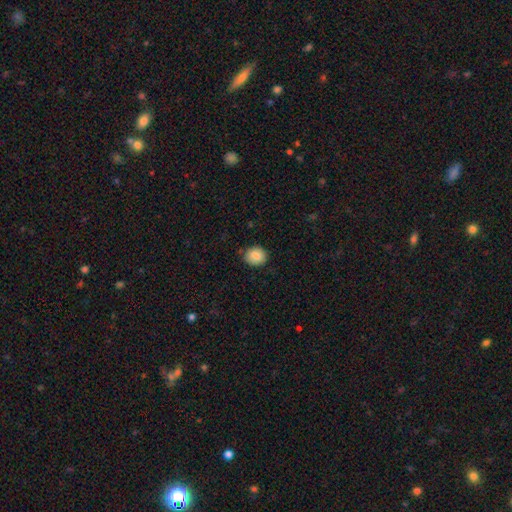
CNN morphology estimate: Q: Smooth or featured?
A: smooth (85%); runner-up: star or artifact (8%)
Q: How rounded?
A: round (69%); runner-up: in between (30%)
Q: Merging?
A: none (85%); runner-up: minor disturbance (12%)